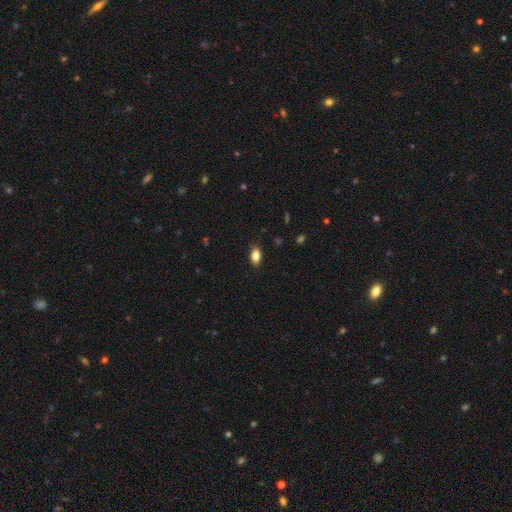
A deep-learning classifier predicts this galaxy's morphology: type=smooth (83%); roundness=in between (88%); merging=none (85%).